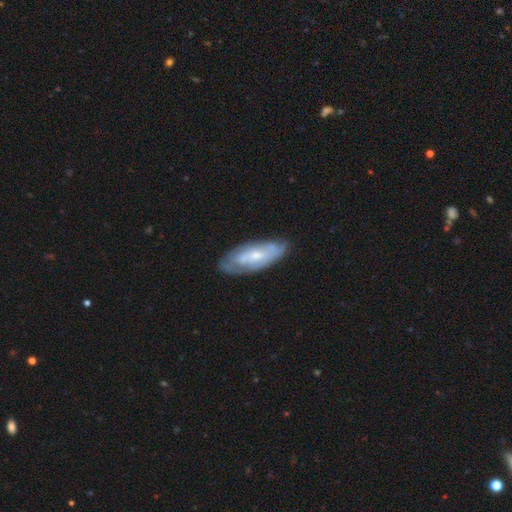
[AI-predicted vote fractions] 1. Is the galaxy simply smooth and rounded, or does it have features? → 57% featured or disk, 37% smooth, 6% star or artifact.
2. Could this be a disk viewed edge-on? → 83% no, 17% yes.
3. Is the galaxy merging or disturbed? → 72% none, 21% minor disturbance, 5% major disturbance, 2% merger.